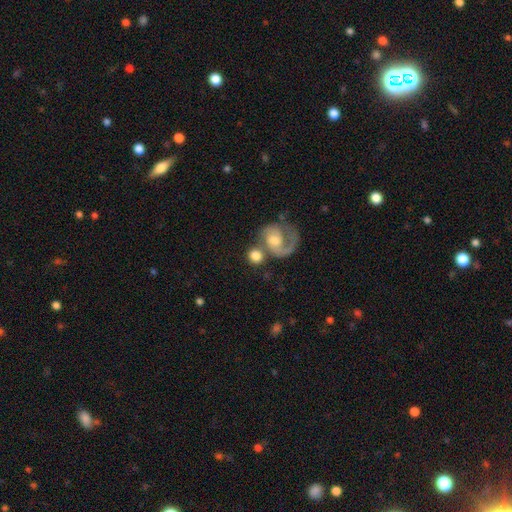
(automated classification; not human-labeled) Smooth or featured? Predicted: smooth (p=0.56). How rounded? Predicted: round (p=0.78). Merging? Predicted: none (p=0.45).